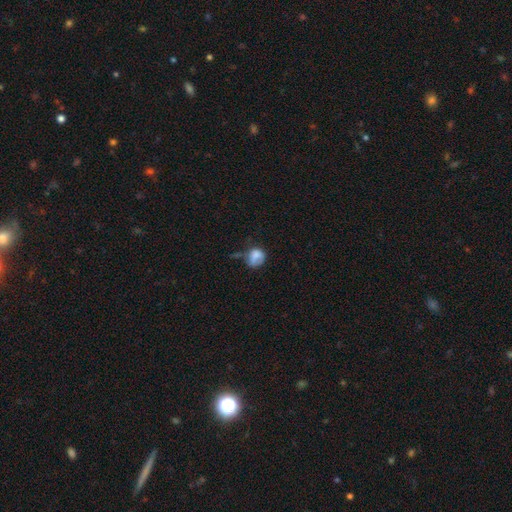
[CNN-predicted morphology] A smooth galaxy with no disk features (74%) that is round (58%).

Vote fractions:
- Smooth or featured? smooth: 74% / featured or disk: 17% / star or artifact: 10%
- How rounded? round: 58% / in between: 41% / cigar-shaped: 1%
- Merging? none: 34% / minor disturbance: 33% / major disturbance: 24% / merger: 9%